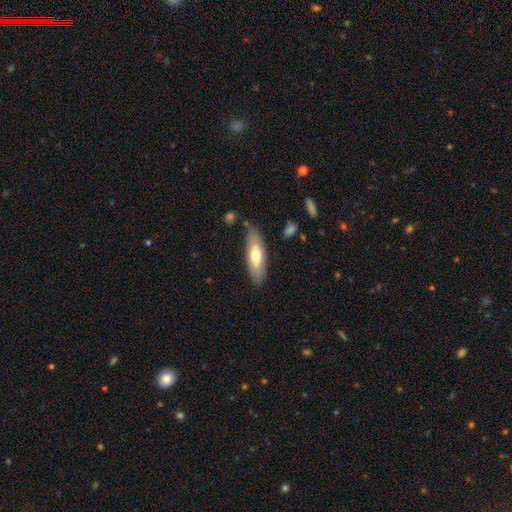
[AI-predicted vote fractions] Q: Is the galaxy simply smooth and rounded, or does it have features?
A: smooth — 60%.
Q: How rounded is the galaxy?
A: in between — 55%.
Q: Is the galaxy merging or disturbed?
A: none — 79%.